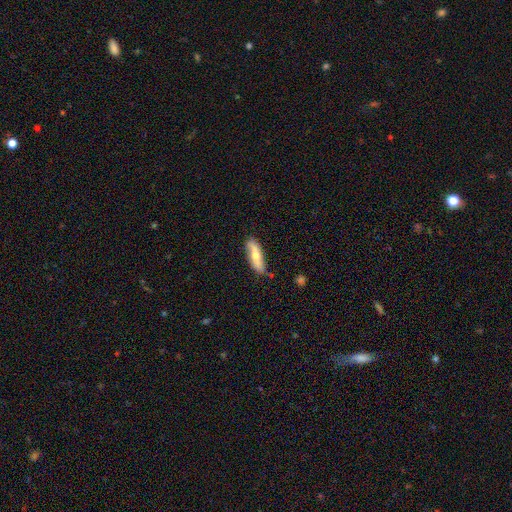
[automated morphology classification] smooth 51%, featured or disk 43%, star or artifact 6%. Down the decision tree: how rounded — cigar-shaped (49%); merging — none (77%).